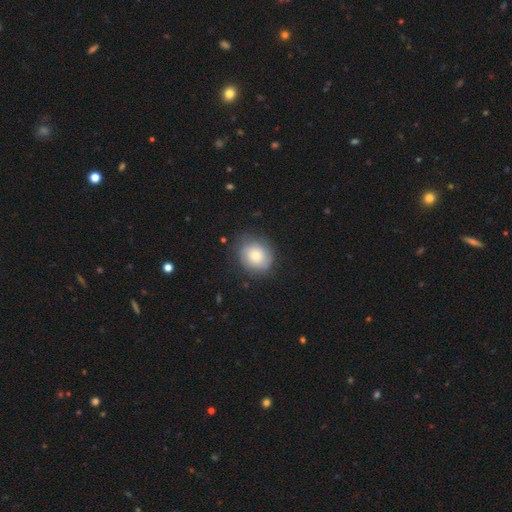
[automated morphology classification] Smooth or featured? smooth (70%)
How rounded? round (76%)
Merging? none (74%)